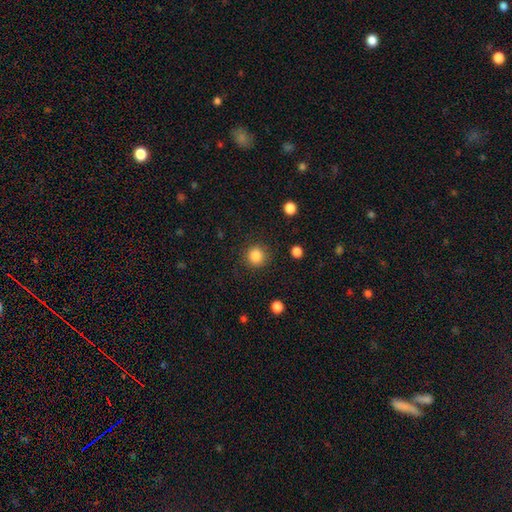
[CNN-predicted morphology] Smooth or featured? Predicted: smooth (p=0.86). How rounded? Predicted: round (p=0.93). Merging? Predicted: none (p=0.88).